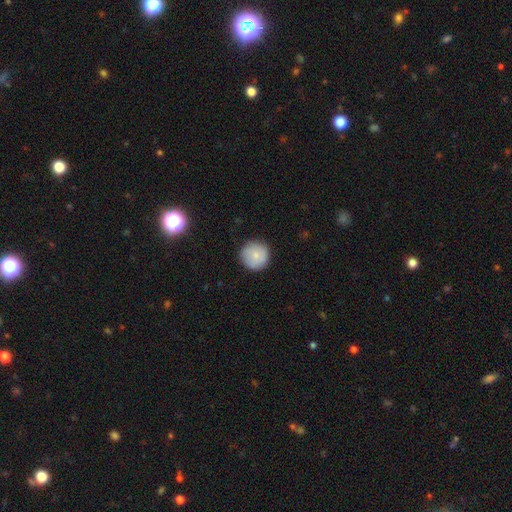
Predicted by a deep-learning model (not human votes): A smooth galaxy with no disk features (82%) that is round (96%).

Vote fractions:
- Smooth or featured? smooth: 82% / featured or disk: 11% / star or artifact: 7%
- How rounded? round: 96% / in between: 3% / cigar-shaped: 1%
- Merging? none: 89% / minor disturbance: 8% / major disturbance: 2% / merger: 1%